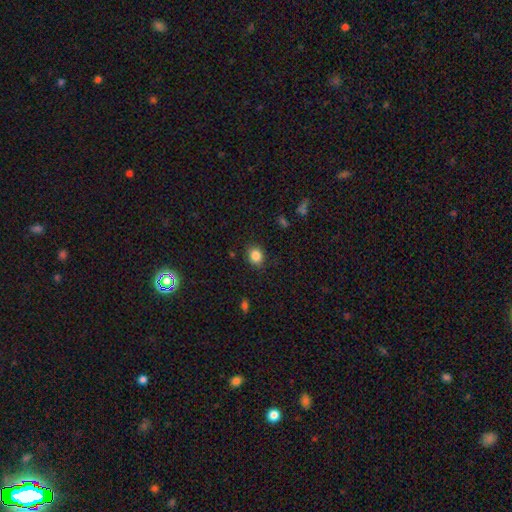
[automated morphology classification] The model was most divided on "how rounded": round: 64%, in between: 35%, cigar-shaped: 1%. More confident: merging — none (87%); smooth or featured — smooth (86%).